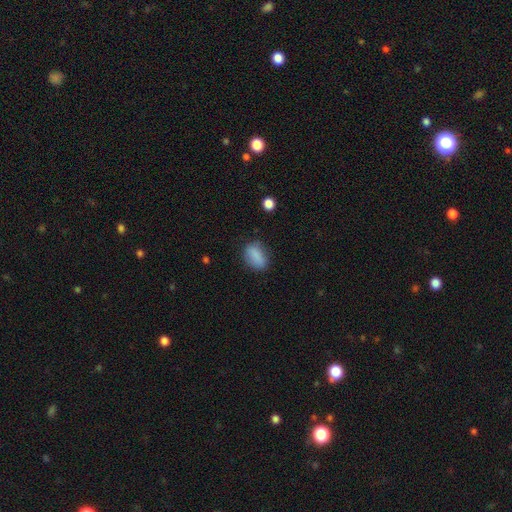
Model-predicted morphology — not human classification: A smooth galaxy with no disk features (84%) that is in between round and cigar-shaped (83%).

Vote fractions:
- Smooth or featured? smooth: 84% / star or artifact: 9% / featured or disk: 7%
- How rounded? in between: 83% / round: 11% / cigar-shaped: 5%
- Merging? none: 73% / minor disturbance: 19% / major disturbance: 6% / merger: 2%